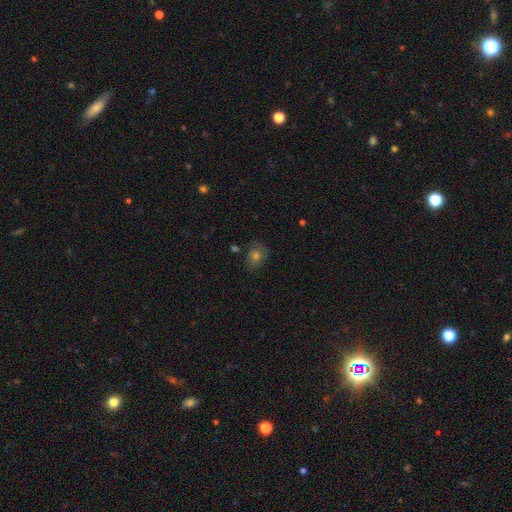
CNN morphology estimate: Smooth or featured: smooth — 62% (star or artifact — 20%)
How rounded: in between — 54% (round — 45%)
Merging: none — 74% (minor disturbance — 18%)